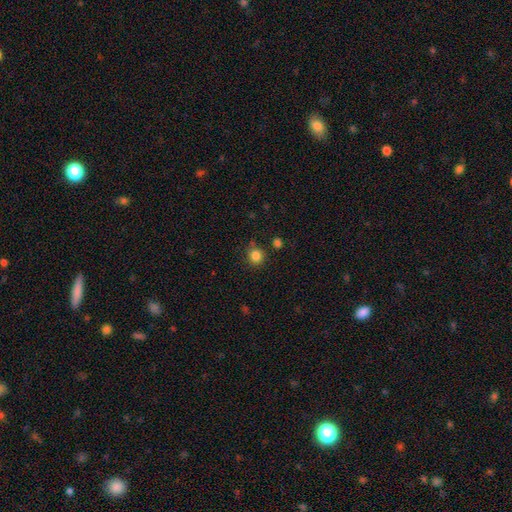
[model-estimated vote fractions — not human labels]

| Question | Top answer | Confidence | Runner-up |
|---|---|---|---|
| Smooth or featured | smooth | 84% | star or artifact (12%) |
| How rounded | round | 88% | in between (11%) |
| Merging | none | 81% | minor disturbance (12%) |